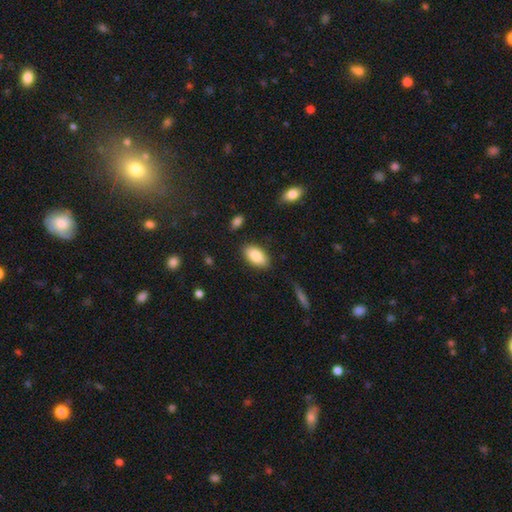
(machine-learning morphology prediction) type=smooth (85%); roundness=in between (94%); merging=none (85%).